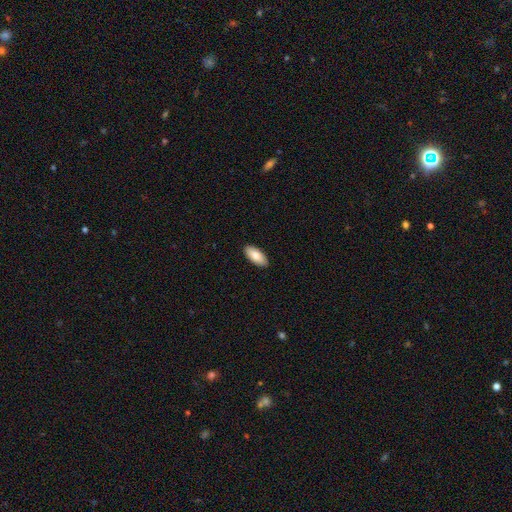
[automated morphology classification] The model was most divided on "smooth or featured": smooth: 83%, featured or disk: 11%, star or artifact: 6%. More confident: how rounded — in between (90%); merging — none (90%).